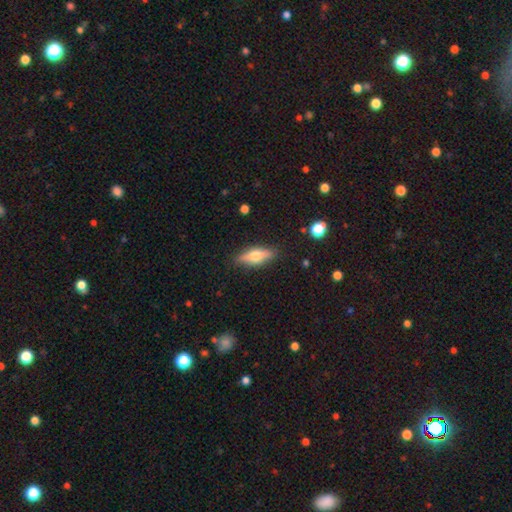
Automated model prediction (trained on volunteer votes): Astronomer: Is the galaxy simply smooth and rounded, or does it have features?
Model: smooth — 48% (runner-up: featured or disk, 45%).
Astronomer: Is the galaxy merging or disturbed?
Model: none — 86%.